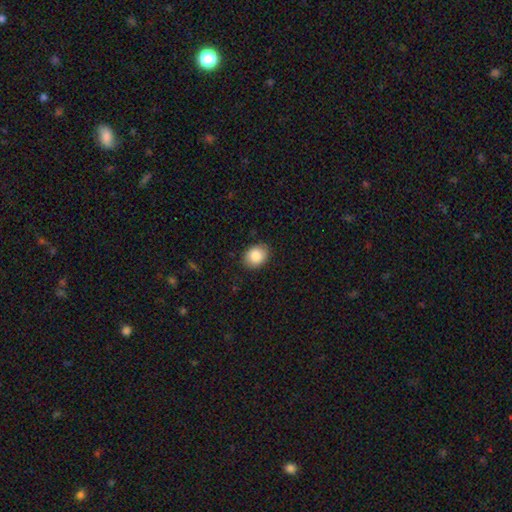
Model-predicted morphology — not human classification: Smooth or featured?
  - smooth: 87% *
  - star or artifact: 8%
  - featured or disk: 6%
How rounded?
  - in between: 59% *
  - round: 40%
  - cigar-shaped: 1%
Merging?
  - none: 86% *
  - minor disturbance: 11%
  - major disturbance: 2%
  - merger: 1%